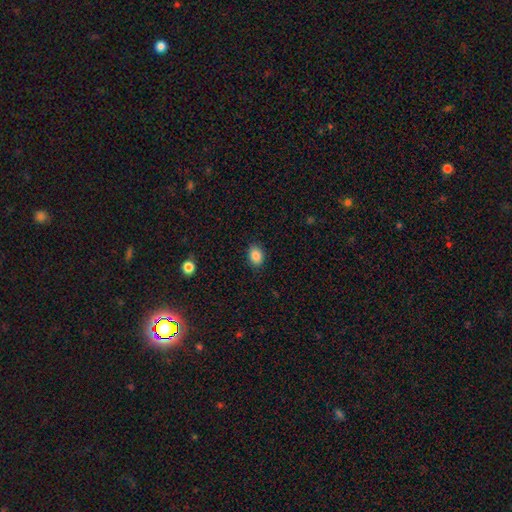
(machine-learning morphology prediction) A smooth galaxy with no disk features (87%) that is in between round and cigar-shaped (71%).

Vote fractions:
- Smooth or featured? smooth: 87% / star or artifact: 9% / featured or disk: 4%
- How rounded? in between: 71% / round: 28% / cigar-shaped: 1%
- Merging? none: 87% / minor disturbance: 9% / major disturbance: 2% / merger: 1%